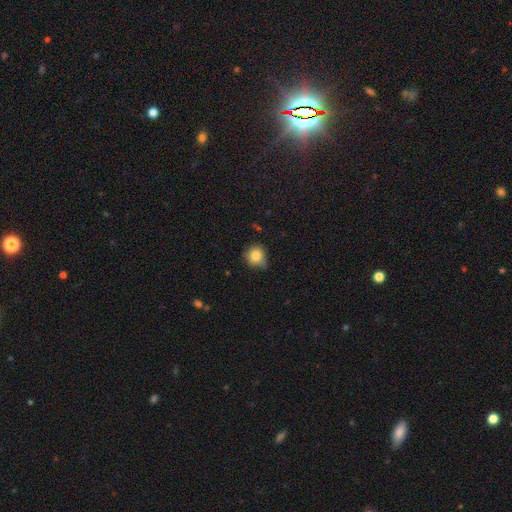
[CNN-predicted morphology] Smooth or featured? Predicted: smooth (p=0.82). How rounded? Predicted: round (p=0.85). Merging? Predicted: none (p=0.60).